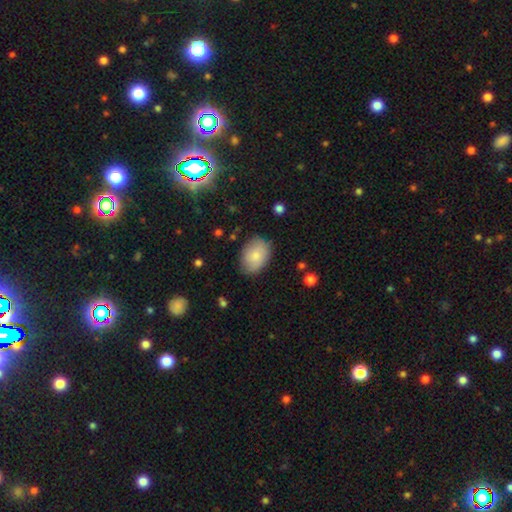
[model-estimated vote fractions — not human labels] Smooth or featured? smooth (82%)
How rounded? in between (83%)
Merging? none (77%)